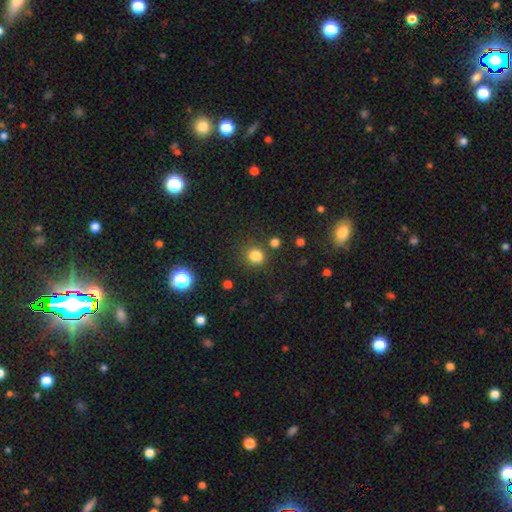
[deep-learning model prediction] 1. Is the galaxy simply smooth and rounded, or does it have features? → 81% smooth, 15% star or artifact, 5% featured or disk.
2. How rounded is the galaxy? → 81% round, 18% in between, 1% cigar-shaped.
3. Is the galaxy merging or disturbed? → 80% none, 10% minor disturbance, 6% merger, 4% major disturbance.